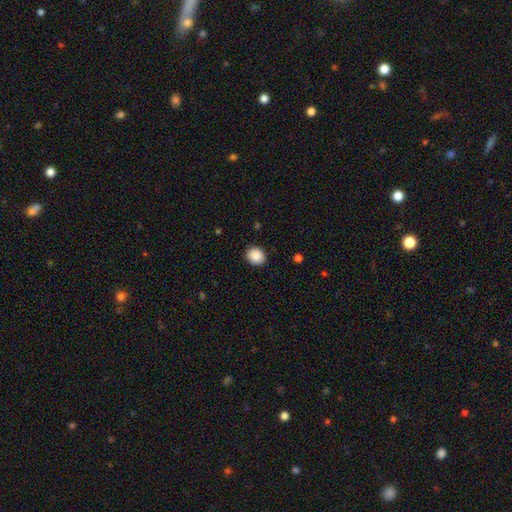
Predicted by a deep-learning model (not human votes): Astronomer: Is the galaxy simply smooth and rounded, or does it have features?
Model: smooth — 89%.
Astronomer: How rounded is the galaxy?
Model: round — 67%.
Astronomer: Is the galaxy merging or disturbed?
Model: none — 89%.